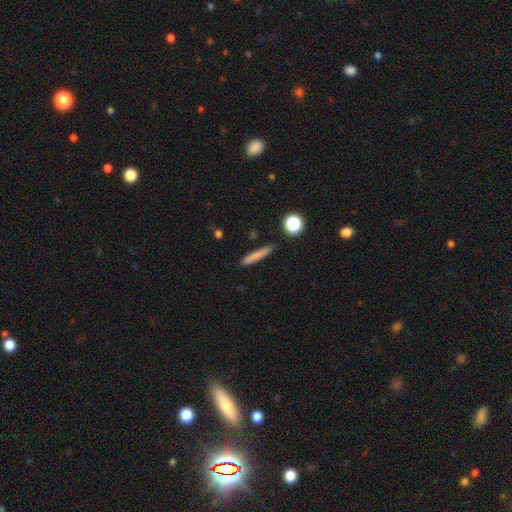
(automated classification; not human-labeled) smooth_or_featured: smooth (p=0.77) [alt: featured or disk p=0.14]
how_rounded: cigar-shaped (p=0.92) [alt: in between p=0.05]
merging: none (p=0.87) [alt: minor disturbance p=0.09]